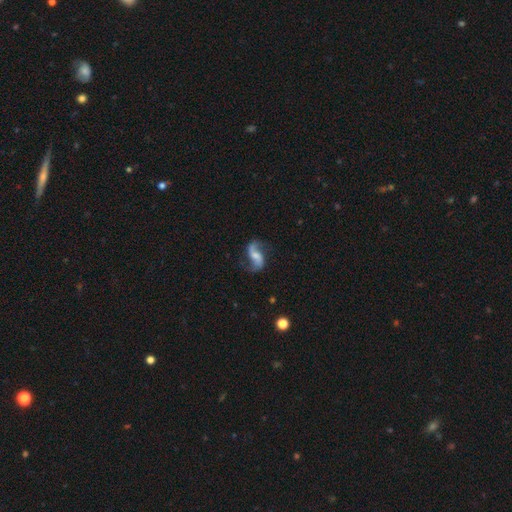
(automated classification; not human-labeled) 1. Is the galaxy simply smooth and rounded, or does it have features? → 84% featured or disk, 10% smooth, 6% star or artifact.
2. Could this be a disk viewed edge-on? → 97% no, 3% yes.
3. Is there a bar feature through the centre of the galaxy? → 44% weak, 34% no, 22% strong.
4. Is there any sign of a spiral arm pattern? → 96% yes, 4% no.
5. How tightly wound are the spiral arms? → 74% loose, 21% medium, 4% tight.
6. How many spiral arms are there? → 93% 2, 3% 1, 2% can't tell, 1% 3, 1% 4, 1% more than 4.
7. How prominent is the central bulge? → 34% small, 32% moderate, 24% none, 8% large, 2% dominant.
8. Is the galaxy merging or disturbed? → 74% none, 15% minor disturbance, 9% major disturbance, 2% merger.